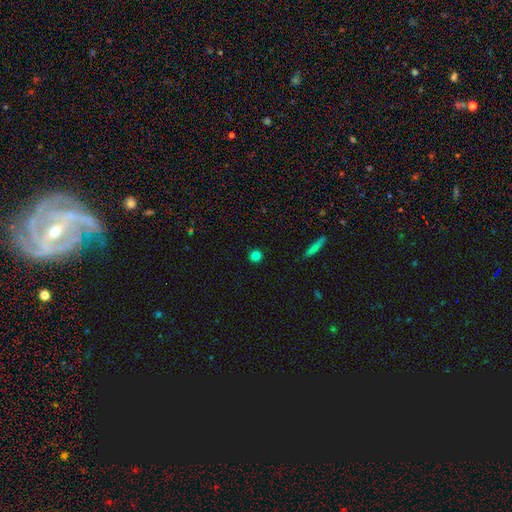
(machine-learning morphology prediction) Q: Smooth or featured?
A: smooth (82%); runner-up: star or artifact (12%)
Q: How rounded?
A: round (94%); runner-up: in between (5%)
Q: Merging?
A: none (92%); runner-up: minor disturbance (5%)